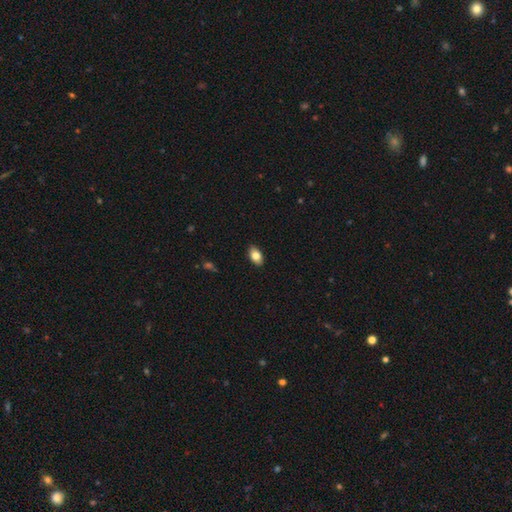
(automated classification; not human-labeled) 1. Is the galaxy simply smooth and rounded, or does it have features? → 80% smooth, 12% featured or disk, 8% star or artifact.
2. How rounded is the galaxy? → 91% in between, 7% round, 2% cigar-shaped.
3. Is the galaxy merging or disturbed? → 89% none, 9% minor disturbance, 2% major disturbance, 1% merger.